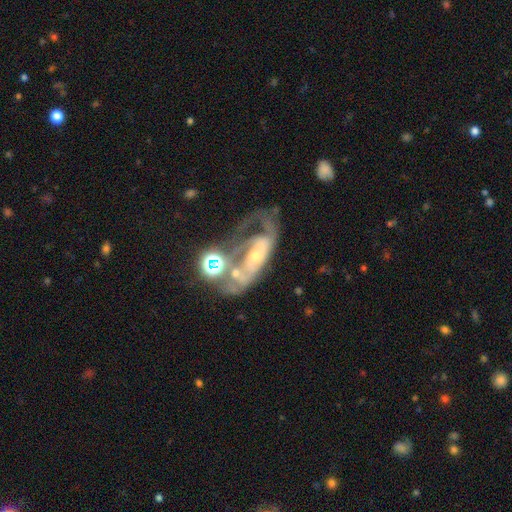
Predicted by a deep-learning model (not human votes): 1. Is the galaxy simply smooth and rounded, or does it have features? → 72% featured or disk, 15% smooth, 13% star or artifact.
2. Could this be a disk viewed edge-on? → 94% no, 6% yes.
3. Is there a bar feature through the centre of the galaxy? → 66% no, 24% weak, 10% strong.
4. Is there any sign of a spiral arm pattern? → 73% yes, 27% no.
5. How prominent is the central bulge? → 48% moderate, 40% small, 5% large, 4% none, 2% dominant.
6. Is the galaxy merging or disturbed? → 39% major disturbance, 24% merger, 22% none, 15% minor disturbance.